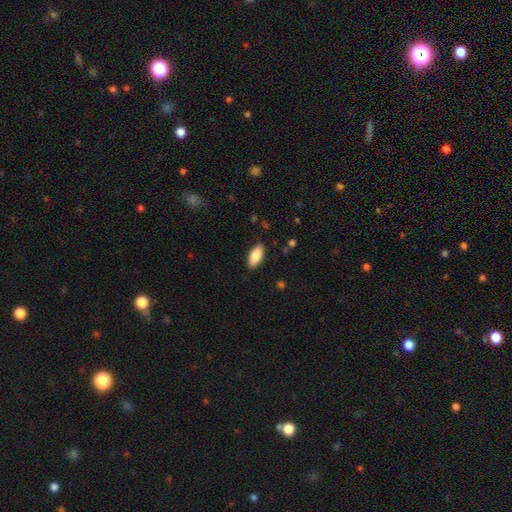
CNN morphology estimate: Smooth or featured? Predicted: smooth (p=0.84). How rounded? Predicted: in between (p=0.88). Merging? Predicted: none (p=0.88).